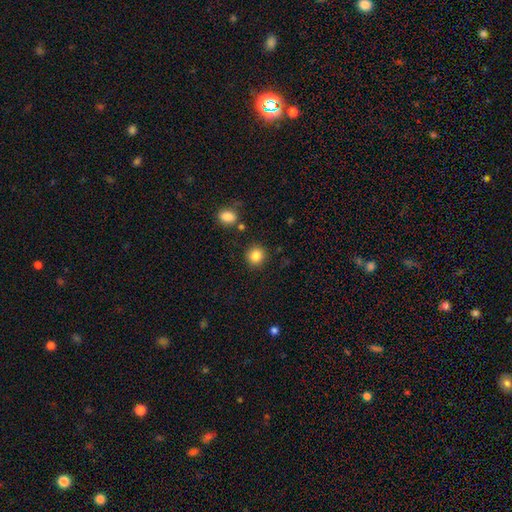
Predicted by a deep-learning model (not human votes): Smooth or featured: smooth — 85% (star or artifact — 10%)
How rounded: round — 87% (in between — 12%)
Merging: none — 88% (minor disturbance — 7%)